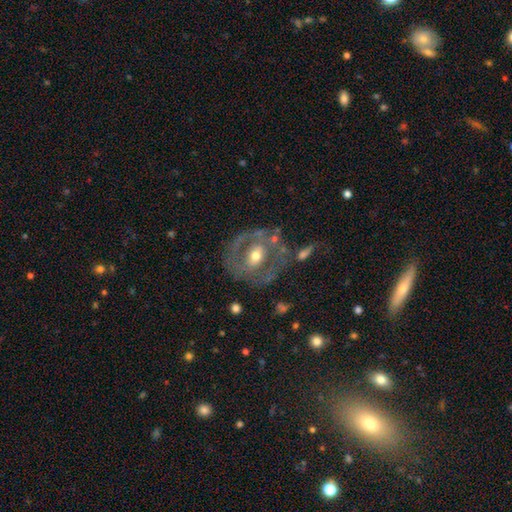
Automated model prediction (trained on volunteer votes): Smooth or featured? featured or disk (66%)
Edge-on disk? no (94%)
Bar? no (48%)
Spiral arms? no (68%)
Bulge size? moderate (70%)
Merging? none (66%)